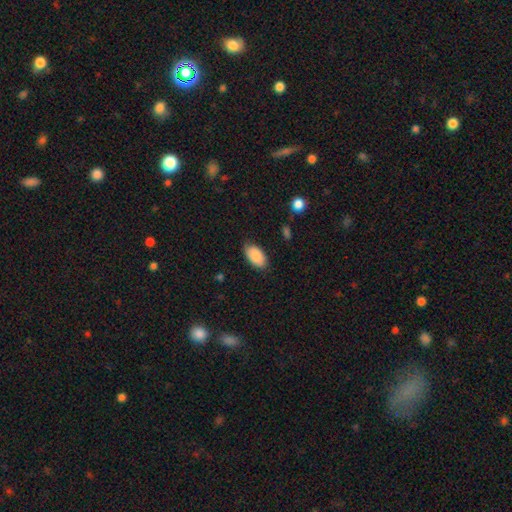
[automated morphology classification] smooth_or_featured: smooth (p=0.89) [alt: star or artifact p=0.06]
how_rounded: in between (p=0.95) [alt: round p=0.03]
merging: none (p=0.82) [alt: minor disturbance p=0.14]